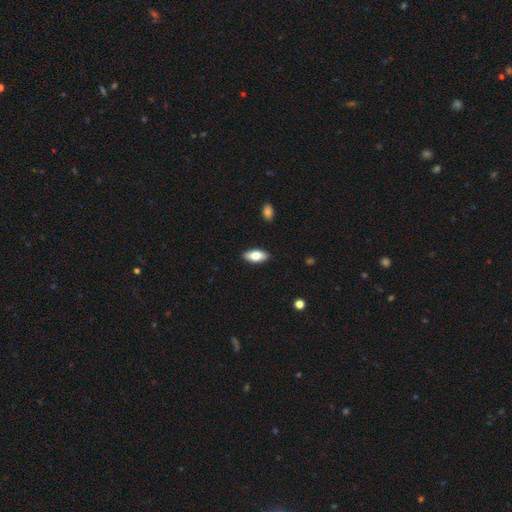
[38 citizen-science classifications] A smooth galaxy with no disk features (74%) that is in between round and cigar-shaped (96%). Merging: none (94%).